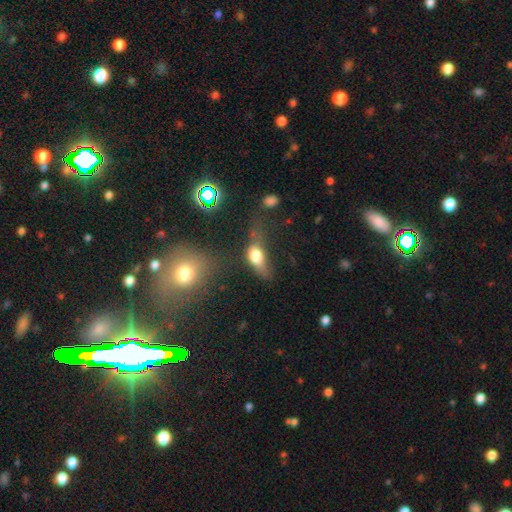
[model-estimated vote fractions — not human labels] smooth-or-featured: smooth: 67% | featured or disk: 22% | star or artifact: 11%
  how-rounded: in between: 74% | cigar-shaped: 15% | round: 11%
  merging: major disturbance: 34% | none: 30% | minor disturbance: 28% | merger: 8%